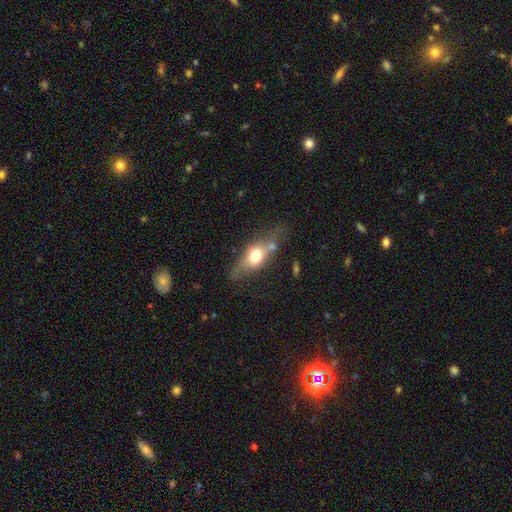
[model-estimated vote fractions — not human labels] Smooth or featured: smooth — 56% (featured or disk — 37%)
How rounded: in between — 68% (cigar-shaped — 22%)
Merging: none — 56% (minor disturbance — 23%)